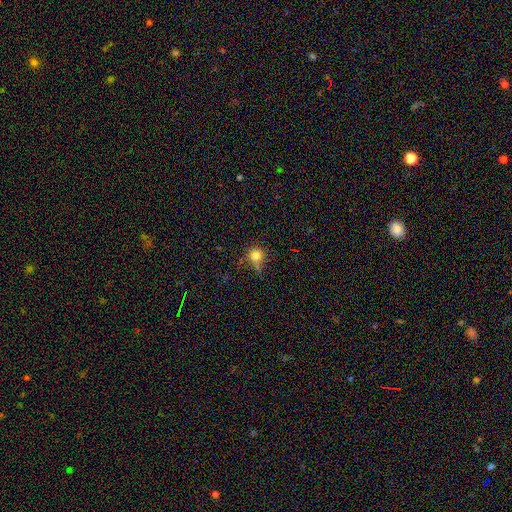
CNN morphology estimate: This is likely a smooth galaxy (75%). How rounded: clearly round (88%). Merging: possibly none (59%).